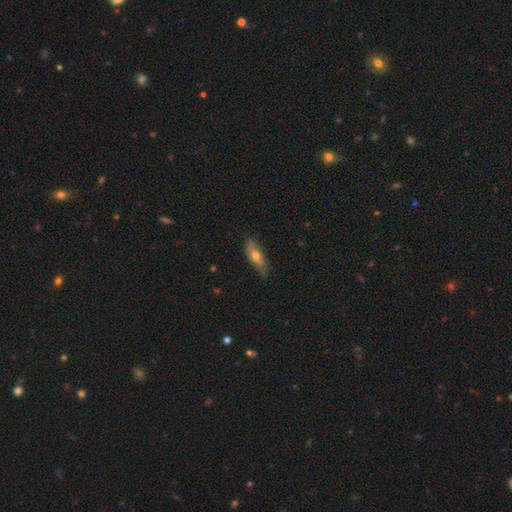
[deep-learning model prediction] Smooth or featured? smooth (61%)
How rounded? in between (61%)
Merging? none (68%)